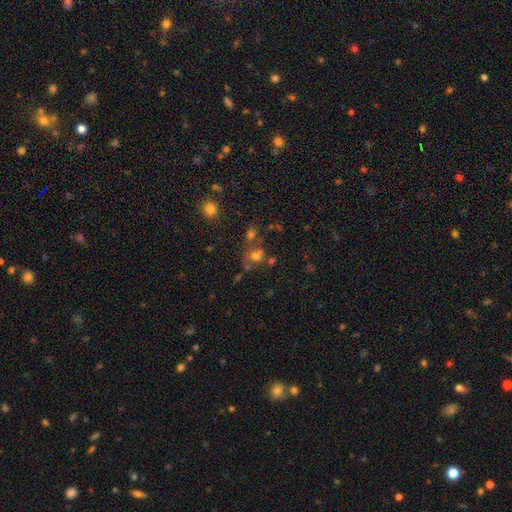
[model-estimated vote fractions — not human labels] Smooth or featured: smooth — 65% (star or artifact — 22%)
How rounded: round — 71% (in between — 28%)
Merging: none — 46% (merger — 34%)